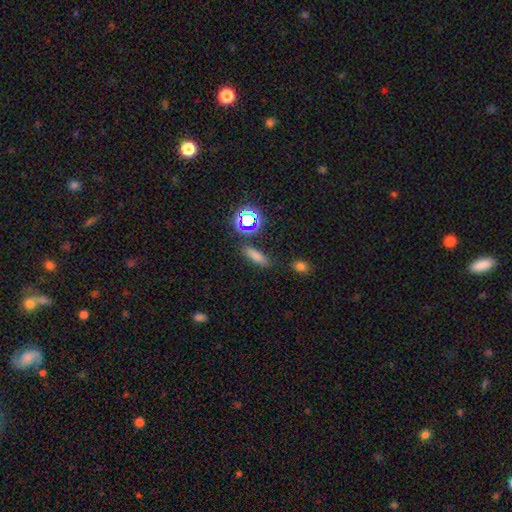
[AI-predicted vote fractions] Smooth or featured? smooth (72%)
How rounded? cigar-shaped (48%)
Merging? none (83%)